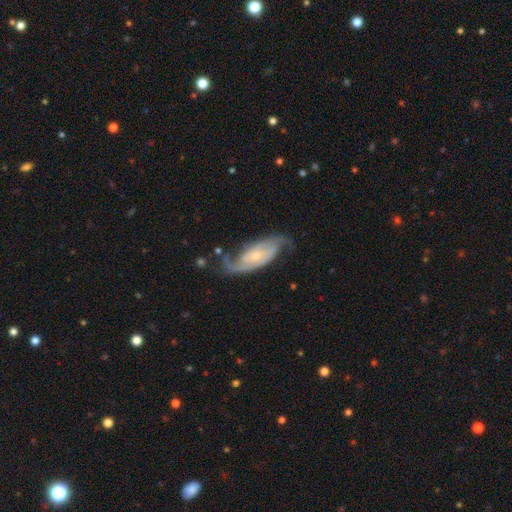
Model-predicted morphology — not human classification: A featured or disk galaxy (84%) with no bar (58%), 2 (84%) medium (45%) spiral arms (96%) and a small central bulge (64%). Merging: none (68%).